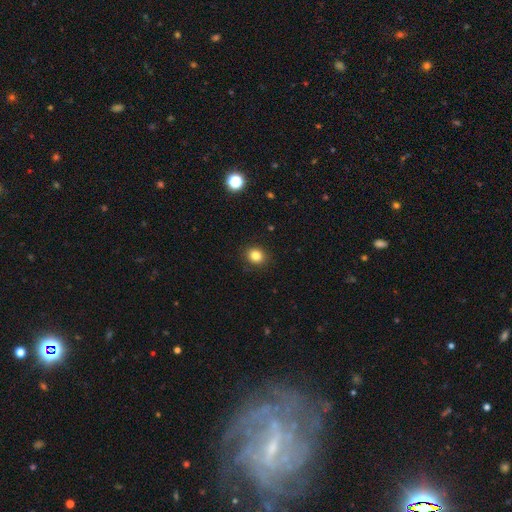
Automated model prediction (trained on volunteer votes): A smooth galaxy with no disk features (84%) that is round (76%).

Vote fractions:
- Smooth or featured? smooth: 84% / star or artifact: 11% / featured or disk: 5%
- How rounded? round: 76% / in between: 23% / cigar-shaped: 1%
- Merging? none: 89% / minor disturbance: 8% / major disturbance: 2% / merger: 1%